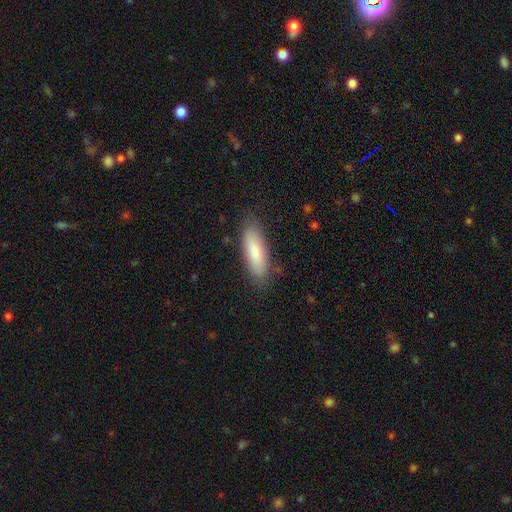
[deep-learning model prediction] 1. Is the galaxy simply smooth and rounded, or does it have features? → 80% smooth, 14% featured or disk, 6% star or artifact.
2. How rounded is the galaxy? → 57% in between, 41% cigar-shaped, 2% round.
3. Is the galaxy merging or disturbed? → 82% none, 13% minor disturbance, 3% major disturbance, 1% merger.